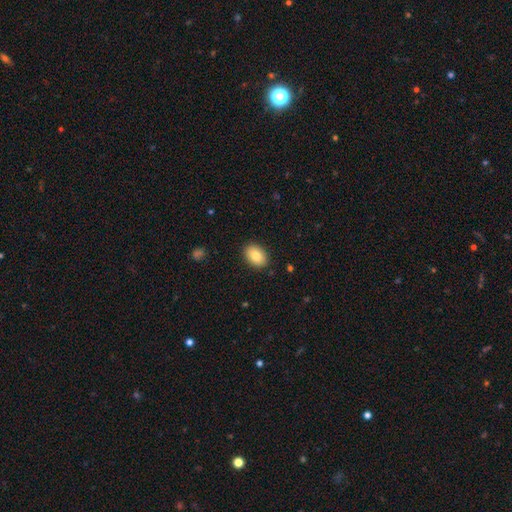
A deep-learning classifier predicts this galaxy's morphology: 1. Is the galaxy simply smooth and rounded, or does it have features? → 85% smooth, 8% featured or disk, 7% star or artifact.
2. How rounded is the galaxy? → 85% in between, 14% round, 1% cigar-shaped.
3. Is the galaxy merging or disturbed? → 88% none, 8% minor disturbance, 2% major disturbance, 1% merger.